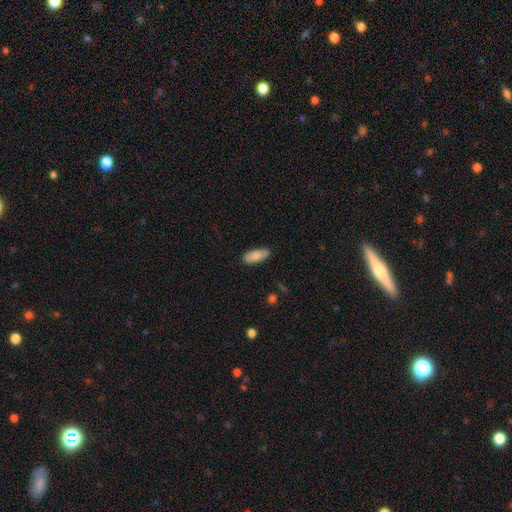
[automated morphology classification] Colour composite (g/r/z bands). It shows a smooth galaxy with no disk features (84%) that is in between round and cigar-shaped (80%). Merging: none (81%).